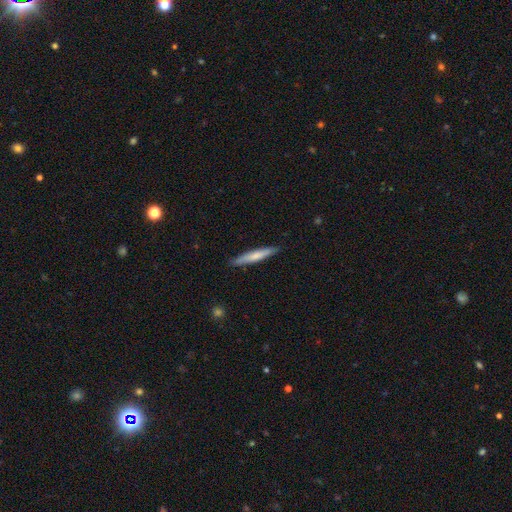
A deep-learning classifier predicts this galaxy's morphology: The model was most divided on "smooth or featured": smooth: 65%, featured or disk: 30%, star or artifact: 5%. More confident: how rounded — cigar-shaped (94%); merging — none (89%).